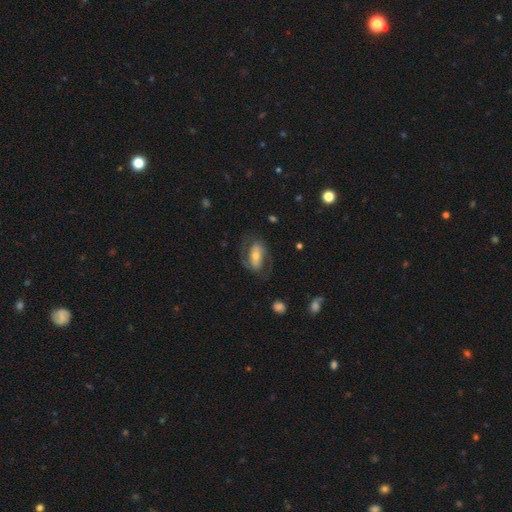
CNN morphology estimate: featured or disk 62%, smooth 30%, star or artifact 7%. Down the decision tree: edge-on disk — no (94%); bar — strong (38%); spiral arms — yes (79%); bulge size — moderate (50%); merging — none (67%).